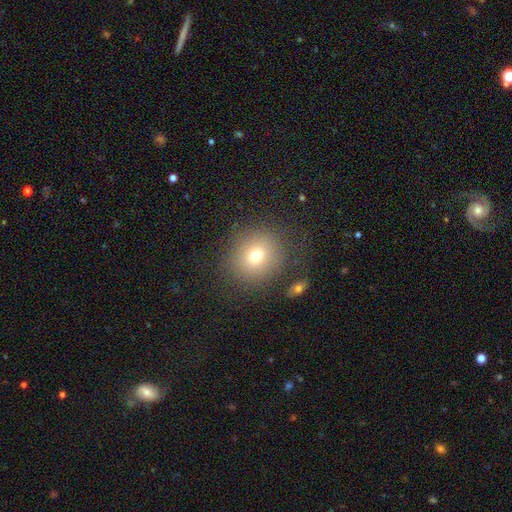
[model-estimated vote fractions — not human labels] This is likely a smooth galaxy (72%). How rounded: clearly round (82%). Merging: clearly none (80%).